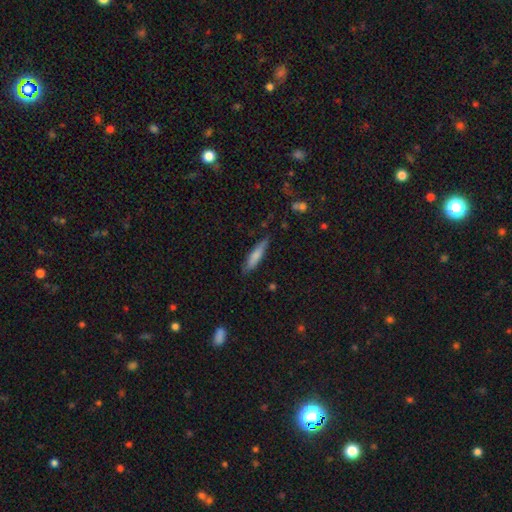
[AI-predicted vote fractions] smooth_or_featured: smooth (p=0.75) [alt: featured or disk p=0.19]
how_rounded: cigar-shaped (p=0.83) [alt: in between p=0.16]
merging: none (p=0.83) [alt: minor disturbance p=0.13]